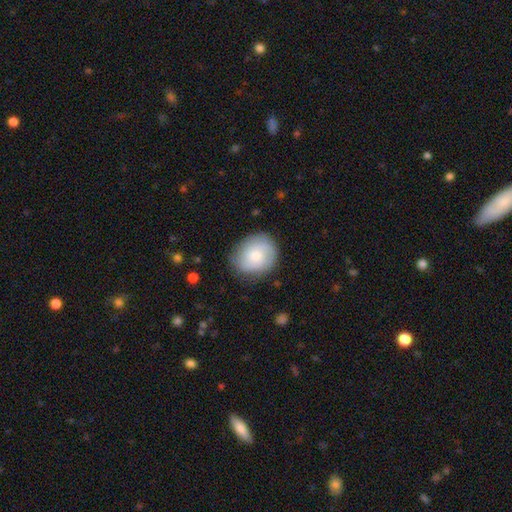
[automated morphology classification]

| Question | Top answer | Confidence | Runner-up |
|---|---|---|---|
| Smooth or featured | smooth | 55% | featured or disk (38%) |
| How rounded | round | 68% | in between (31%) |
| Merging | none | 79% | minor disturbance (15%) |